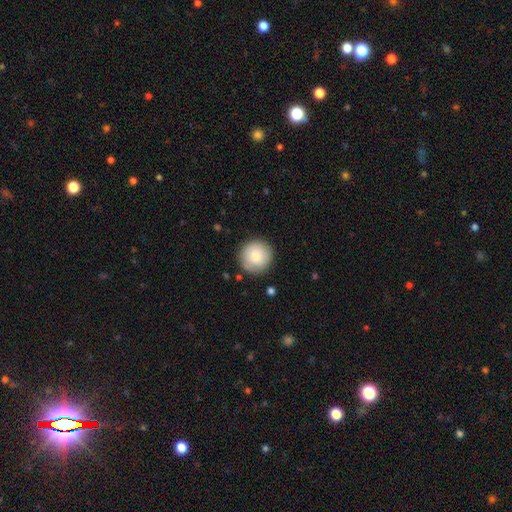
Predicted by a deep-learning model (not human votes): Overall: smooth (80%). How rounded: round (95%). Merging: none (88%).